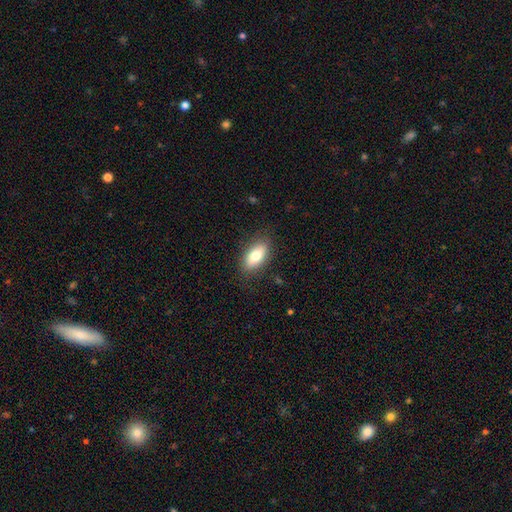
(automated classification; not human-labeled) Q: Smooth or featured?
A: smooth (77%); runner-up: featured or disk (16%)
Q: How rounded?
A: in between (88%); runner-up: cigar-shaped (8%)
Q: Merging?
A: none (85%); runner-up: minor disturbance (11%)